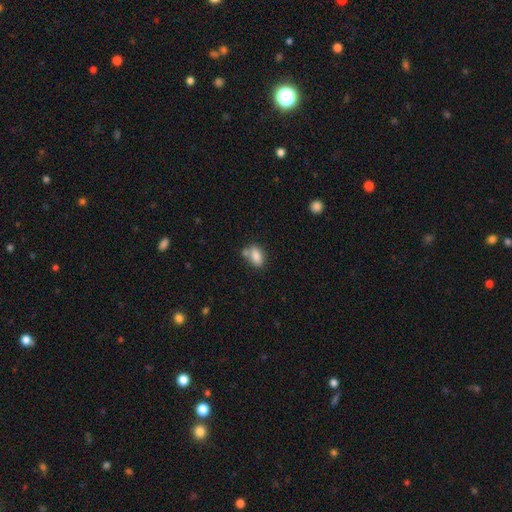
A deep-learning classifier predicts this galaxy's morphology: Q: Smooth or featured?
A: smooth (83%); runner-up: star or artifact (9%)
Q: How rounded?
A: in between (87%); runner-up: round (10%)
Q: Merging?
A: none (50%); runner-up: merger (27%)